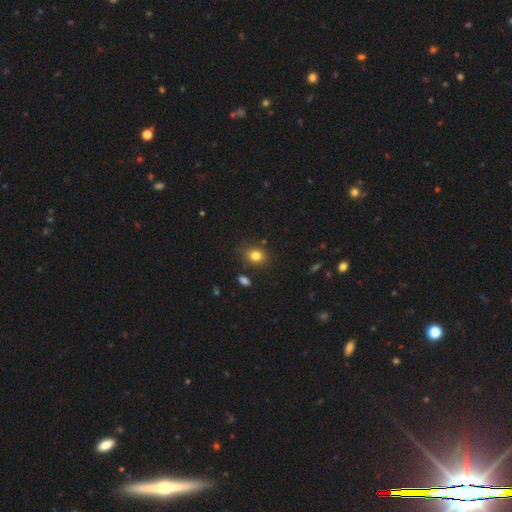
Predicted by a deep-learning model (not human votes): Morphology: type=smooth (82%); roundness=in between (53%); merging=none (81%).